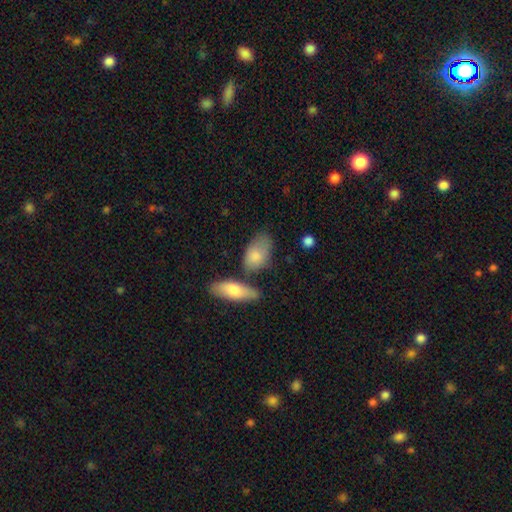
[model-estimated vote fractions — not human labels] Smooth or featured? Predicted: smooth (p=0.79). How rounded? Predicted: in between (p=0.90). Merging? Predicted: none (p=0.50).